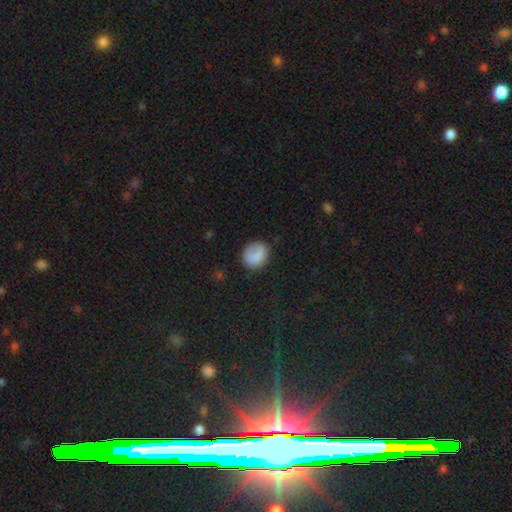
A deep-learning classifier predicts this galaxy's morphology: A smooth galaxy with no disk features (82%) that is round (67%). Merging: none (74%).